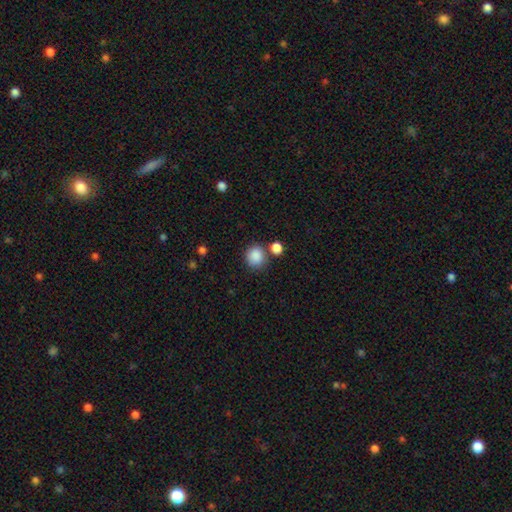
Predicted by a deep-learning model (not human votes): A smooth galaxy with no disk features (87%) that is round (83%). Merging: none (73%).